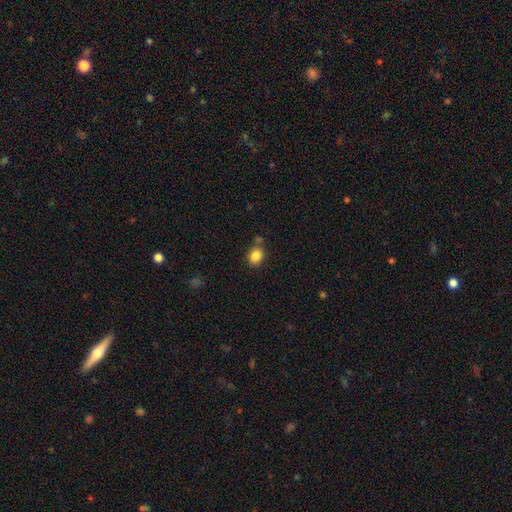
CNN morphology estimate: Smooth or featured? Predicted: smooth (p=0.85). How rounded? Predicted: round (p=0.52). Merging? Predicted: none (p=0.73).